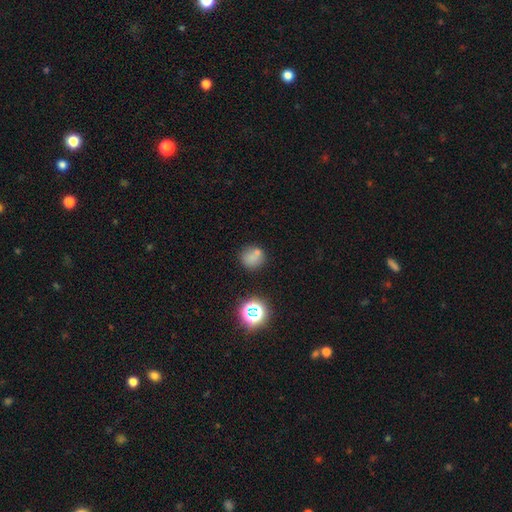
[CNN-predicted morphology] The model was most divided on "merging": none: 66%, merger: 17%, minor disturbance: 13%, major disturbance: 5%. More confident: how rounded — round (84%); smooth or featured — smooth (69%).